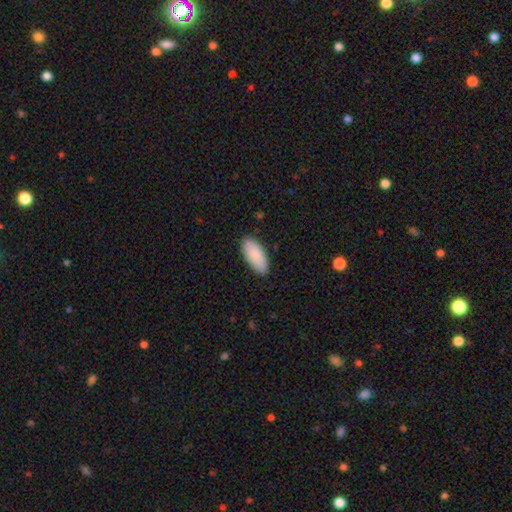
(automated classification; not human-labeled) Q: Smooth or featured?
A: smooth (88%); runner-up: featured or disk (7%)
Q: How rounded?
A: in between (90%); runner-up: cigar-shaped (8%)
Q: Merging?
A: none (86%); runner-up: minor disturbance (11%)